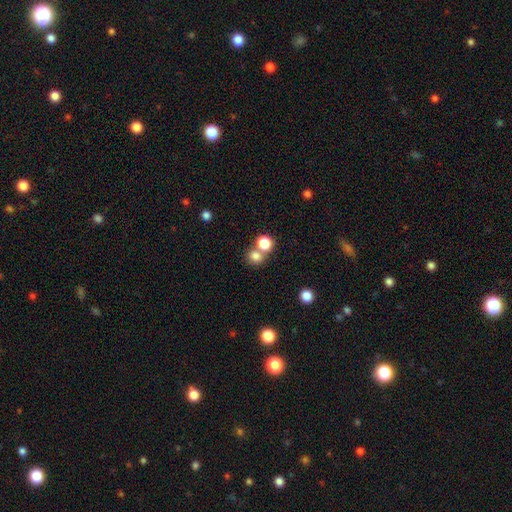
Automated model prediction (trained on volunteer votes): smooth 80%, star or artifact 13%, featured or disk 8%. Down the decision tree: how rounded — round (77%); merging — none (47%).